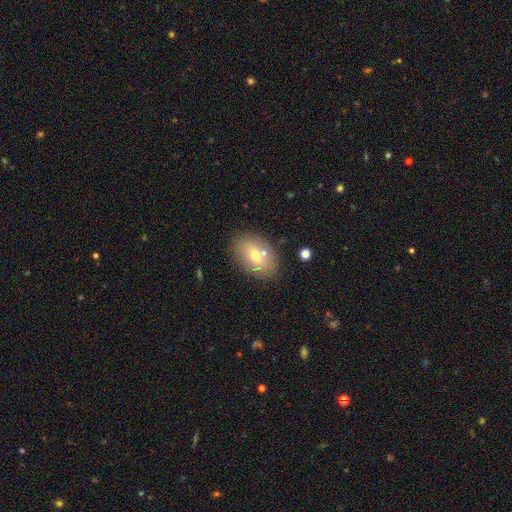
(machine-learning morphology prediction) smooth 66%, featured or disk 24%, star or artifact 10%. Down the decision tree: how rounded — in between (85%); merging — none (75%).